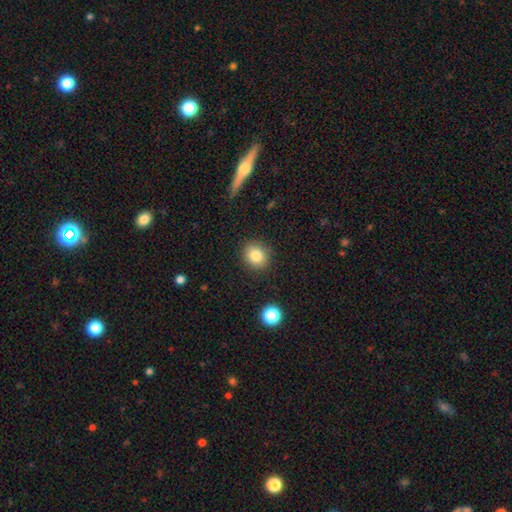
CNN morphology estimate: This is clearly a smooth galaxy (83%). How rounded: likely round (77%). Merging: clearly none (89%).